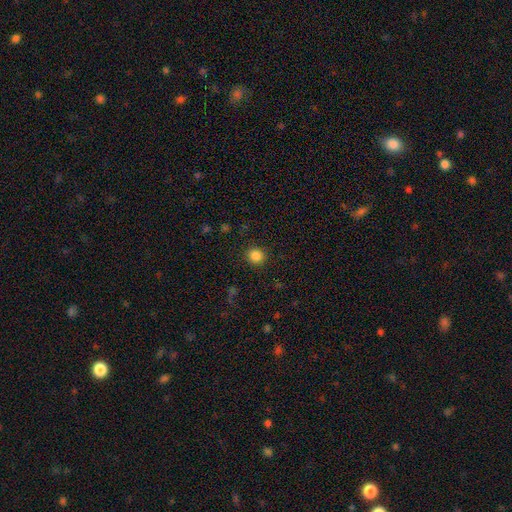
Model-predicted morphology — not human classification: Smooth or featured: smooth — 85% (star or artifact — 11%)
How rounded: round — 88% (in between — 11%)
Merging: none — 90% (minor disturbance — 6%)